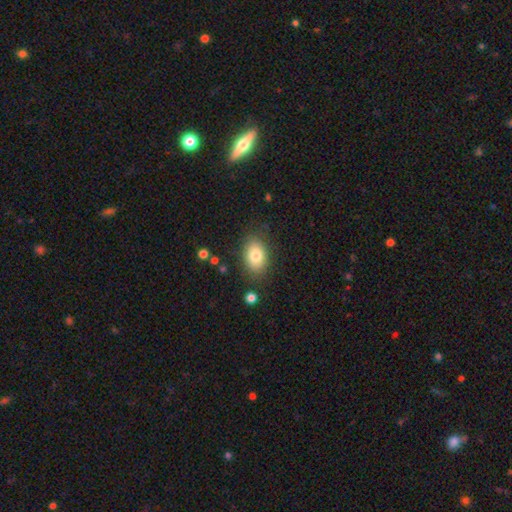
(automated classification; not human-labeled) Smooth or featured? smooth (81%)
How rounded? in between (84%)
Merging? none (82%)